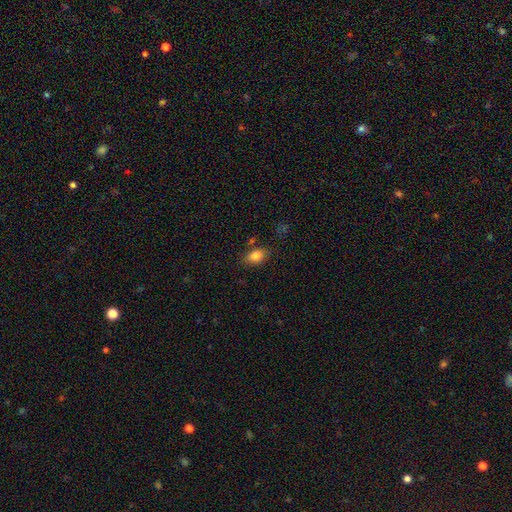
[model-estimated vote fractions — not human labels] Smooth or featured: smooth — 83% (star or artifact — 9%)
How rounded: in between — 82% (round — 16%)
Merging: none — 77% (minor disturbance — 15%)